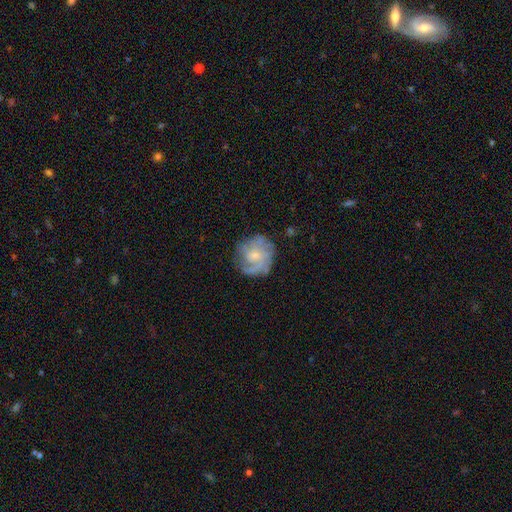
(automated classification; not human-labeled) Smooth or featured?
  - featured or disk: 75% *
  - smooth: 18%
  - star or artifact: 7%
Edge-on disk?
  - no: 98% *
  - yes: 2%
Bar?
  - no: 68% *
  - weak: 28%
  - strong: 3%
Spiral arms?
  - yes: 91% *
  - no: 9%
Spiral winding?
  - tight: 49% *
  - medium: 38%
  - loose: 14%
Spiral arm count?
  - can't tell: 33% *
  - 3: 23%
  - 2: 22%
  - 4: 9%
  - 1: 7%
  - more than 4: 6%
Bulge size?
  - small: 70% *
  - moderate: 23%
  - none: 5%
  - large: 1%
  - dominant: 1%
Merging?
  - none: 70% *
  - minor disturbance: 19%
  - major disturbance: 9%
  - merger: 2%